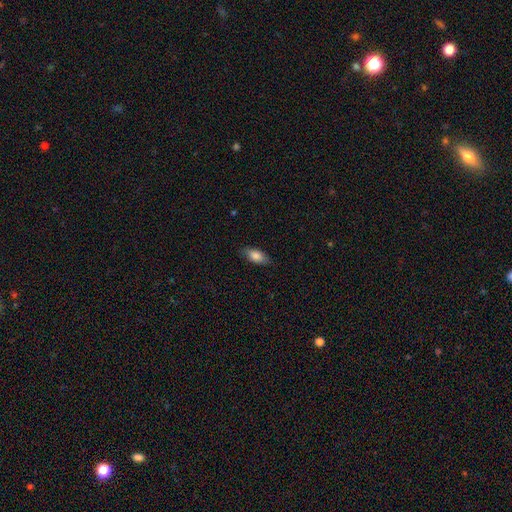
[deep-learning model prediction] smooth 82%, featured or disk 12%, star or artifact 7%. Down the decision tree: how rounded — in between (87%); merging — none (82%).